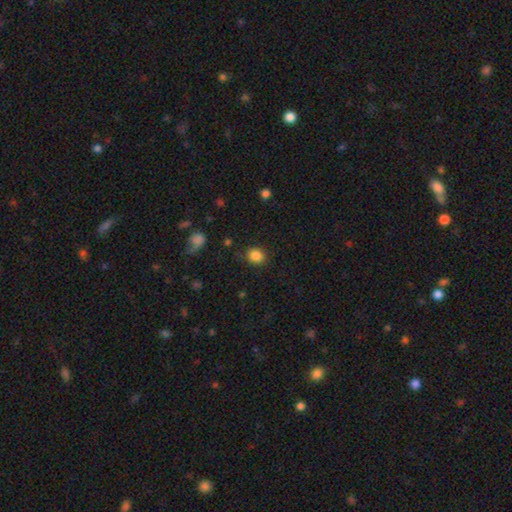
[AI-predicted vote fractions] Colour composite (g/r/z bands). It shows a smooth galaxy with no disk features (86%) that is round (62%). Merging: none (84%).